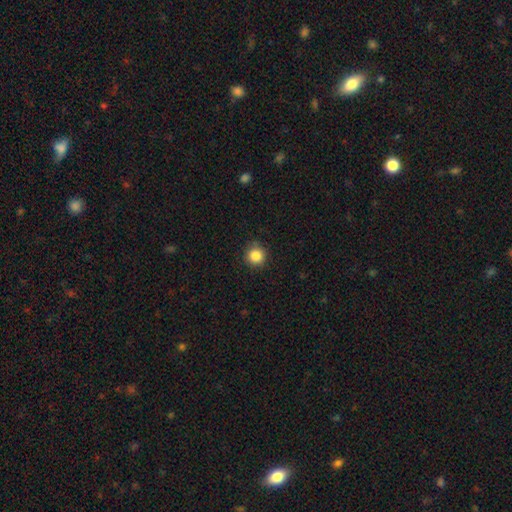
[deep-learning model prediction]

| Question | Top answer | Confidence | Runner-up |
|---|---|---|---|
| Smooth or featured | smooth | 86% | star or artifact (10%) |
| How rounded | round | 94% | in between (5%) |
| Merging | none | 89% | minor disturbance (8%) |